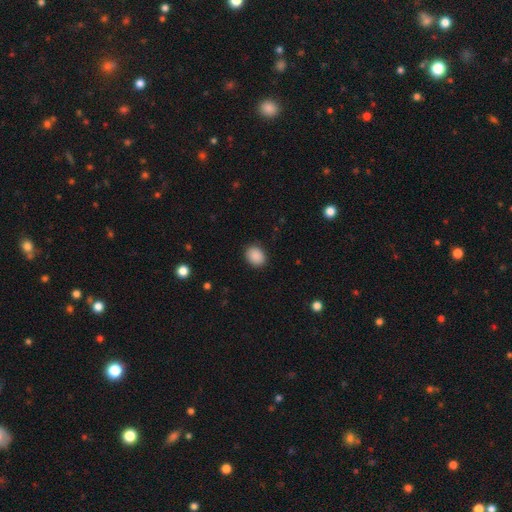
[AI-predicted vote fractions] smooth-or-featured: smooth: 89% | star or artifact: 8% | featured or disk: 2%
  how-rounded: in between: 50% | round: 49% | cigar-shaped: 1%
  merging: none: 88% | minor disturbance: 8% | major disturbance: 2% | merger: 1%